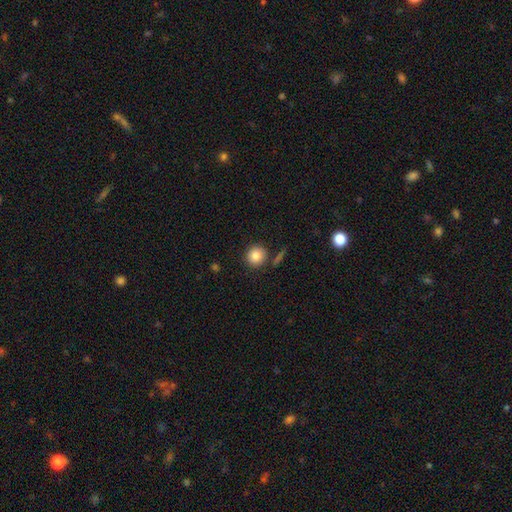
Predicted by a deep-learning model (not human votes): Overall: smooth (83%). How rounded: round (92%). Merging: none (83%).